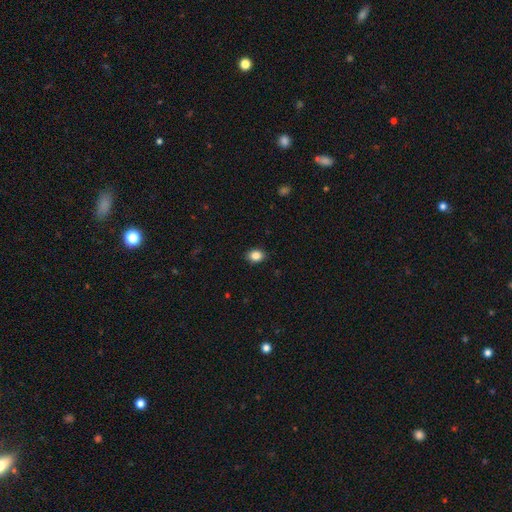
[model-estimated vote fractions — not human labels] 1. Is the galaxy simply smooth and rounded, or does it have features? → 86% smooth, 9% star or artifact, 5% featured or disk.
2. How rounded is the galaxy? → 63% in between, 36% round, 1% cigar-shaped.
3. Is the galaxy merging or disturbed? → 89% none, 8% minor disturbance, 2% major disturbance, 1% merger.